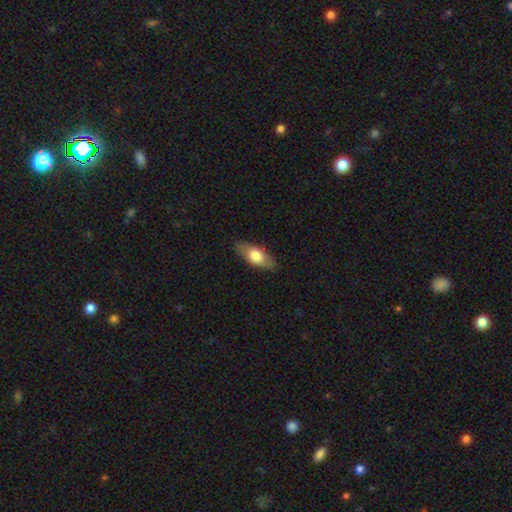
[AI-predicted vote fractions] Smooth or featured? Predicted: smooth (p=0.64). How rounded? Predicted: in between (p=0.78). Merging? Predicted: none (p=0.84).